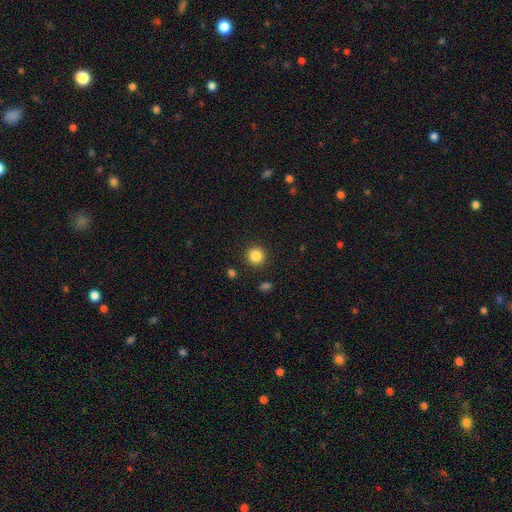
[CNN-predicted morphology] type=smooth (85%); roundness=round (93%); merging=none (90%).